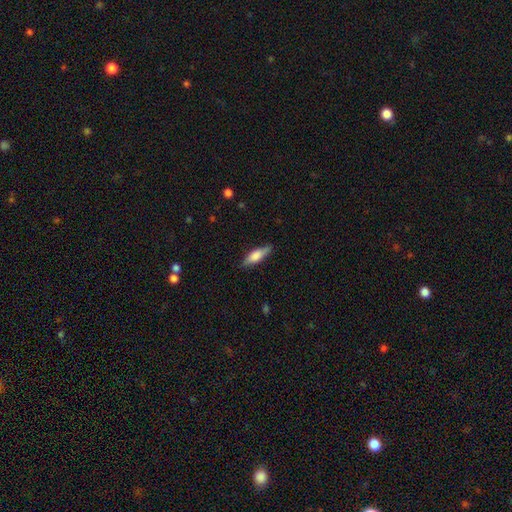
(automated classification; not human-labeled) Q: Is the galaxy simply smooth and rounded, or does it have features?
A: smooth — 68%.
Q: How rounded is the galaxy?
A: in between — 50%.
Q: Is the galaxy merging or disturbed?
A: none — 81%.